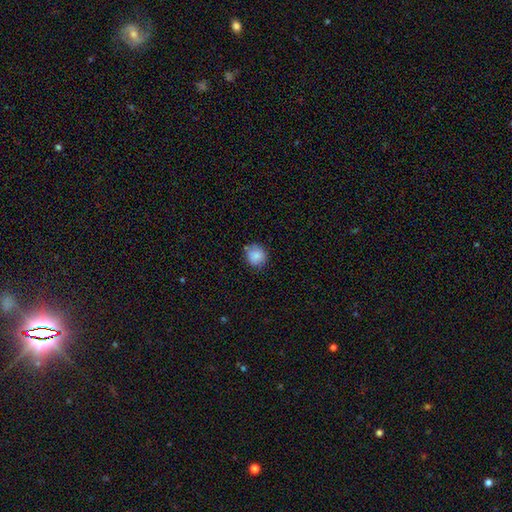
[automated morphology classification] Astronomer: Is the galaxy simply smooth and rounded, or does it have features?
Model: smooth — 86%.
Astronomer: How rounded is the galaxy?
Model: round — 88%.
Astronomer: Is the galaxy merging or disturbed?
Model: none — 77%.